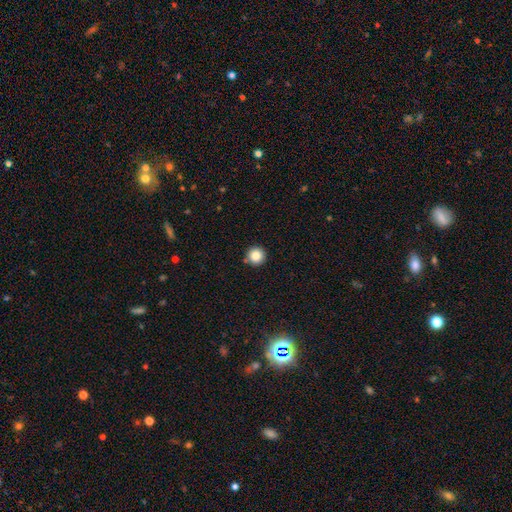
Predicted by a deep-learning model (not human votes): Smooth or featured? smooth (84%)
How rounded? round (96%)
Merging? none (88%)